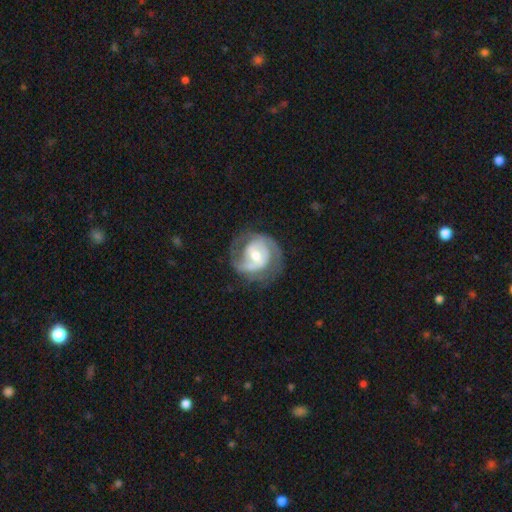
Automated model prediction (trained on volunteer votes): smooth-or-featured: featured or disk: 80% | smooth: 14% | star or artifact: 5%
  disk-edge-on: no: 97% | yes: 3%
    bar: weak: 47% | no: 32% | strong: 21%
    has-spiral-arms: yes: 90% | no: 10%
      spiral-winding: tight: 43% | medium: 42% | loose: 15%
      spiral-arm-count: 2: 72% | can't tell: 13% | 1: 7% | 3: 5% | 4: 2% | more than 4: 2%
    bulge-size: moderate: 63% | small: 27% | large: 7% | none: 1% | dominant: 1%
  merging: none: 68% | minor disturbance: 19% | major disturbance: 12% | merger: 2%